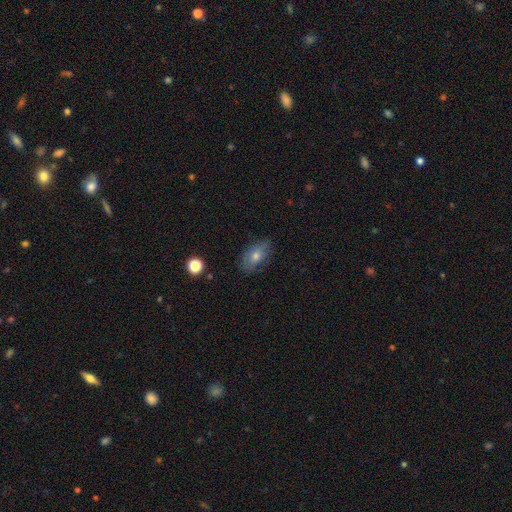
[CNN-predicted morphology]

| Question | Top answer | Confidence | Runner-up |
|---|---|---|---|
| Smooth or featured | smooth | 62% | featured or disk (27%) |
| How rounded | in between | 86% | round (10%) |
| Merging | none | 79% | minor disturbance (16%) |